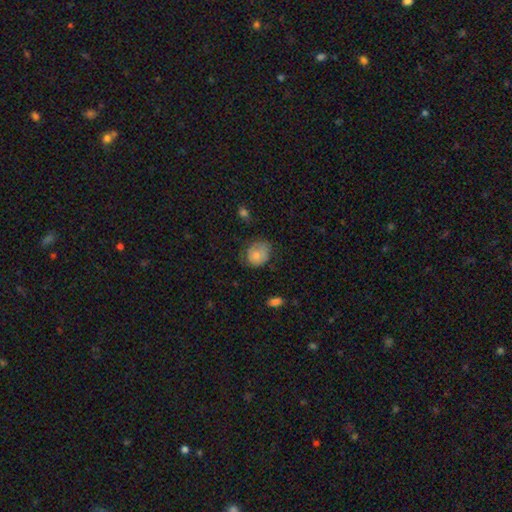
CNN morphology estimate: Smooth or featured: smooth — 71% (featured or disk — 20%)
How rounded: round — 56% (in between — 43%)
Merging: none — 54% (minor disturbance — 32%)